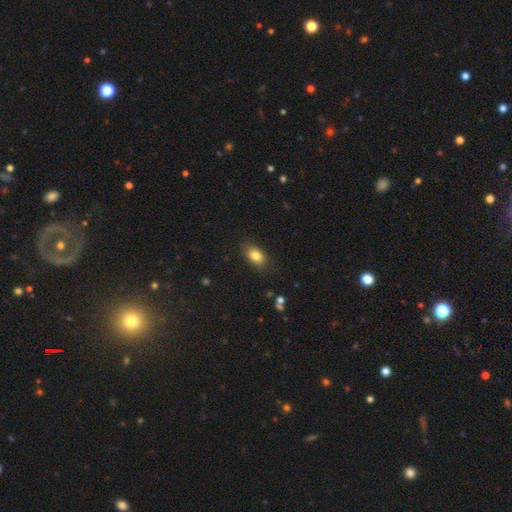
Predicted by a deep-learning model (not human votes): smooth_or_featured: smooth (p=0.82) [alt: star or artifact p=0.09]
how_rounded: in between (p=0.84) [alt: round p=0.13]
merging: none (p=0.83) [alt: minor disturbance p=0.12]